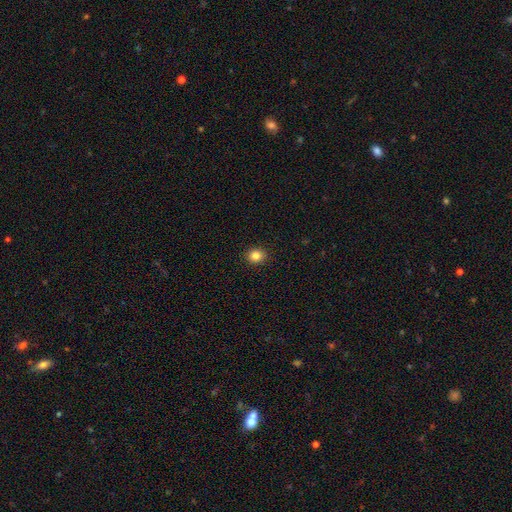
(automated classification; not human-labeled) Morphology: type=smooth (83%); roundness=round (72%); merging=none (92%).